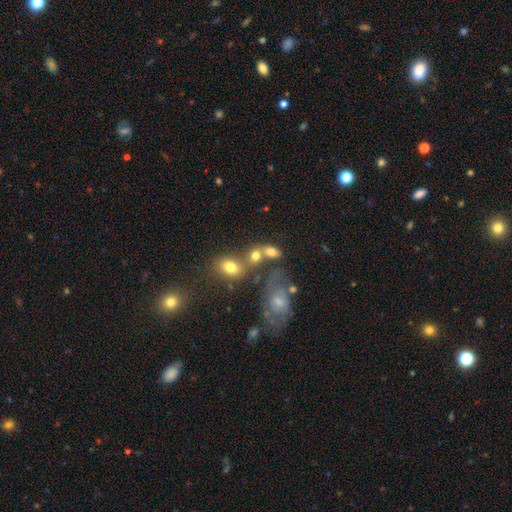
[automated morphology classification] Smooth or featured? Predicted: smooth (p=0.71). How rounded? Predicted: in between (p=0.67). Merging? Predicted: merger (p=0.47).